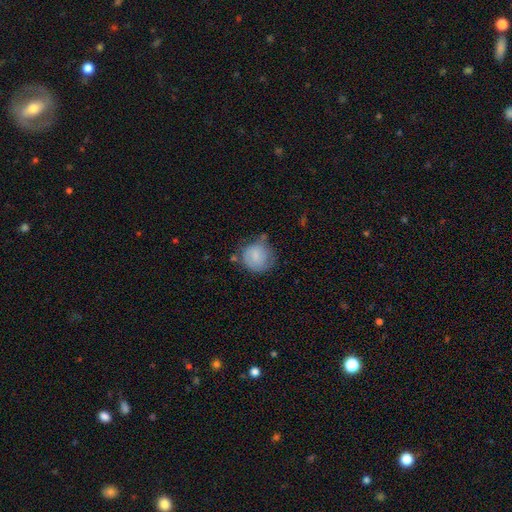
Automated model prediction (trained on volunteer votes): smooth-or-featured: smooth: 75% | featured or disk: 17% | star or artifact: 8%
  how-rounded: round: 84% | in between: 15% | cigar-shaped: 1%
  merging: none: 51% | minor disturbance: 31% | major disturbance: 12% | merger: 6%